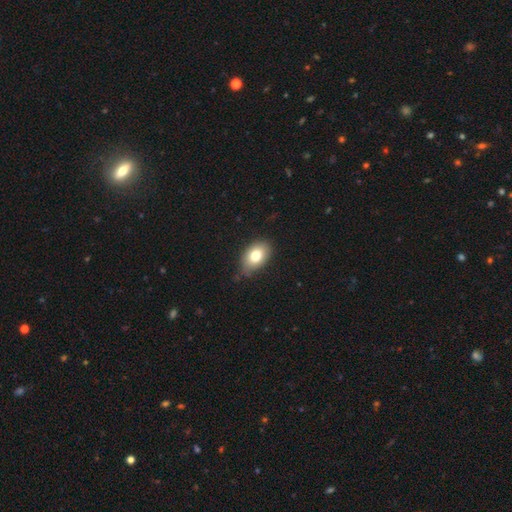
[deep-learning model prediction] smooth-or-featured: smooth: 77% | featured or disk: 14% | star or artifact: 9%
  how-rounded: in between: 86% | round: 13% | cigar-shaped: 1%
  merging: none: 72% | minor disturbance: 23% | major disturbance: 4% | merger: 2%